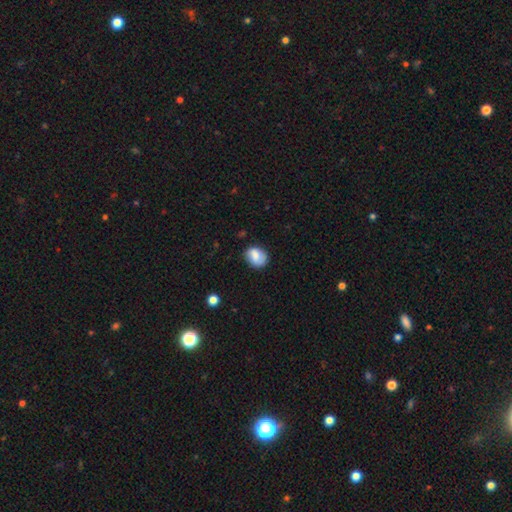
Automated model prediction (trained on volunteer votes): Overall: smooth (70%). How rounded: in between (52%; round 47%). Merging: none (68%).